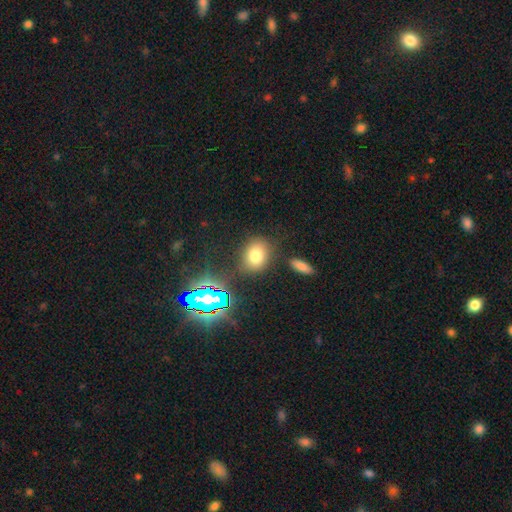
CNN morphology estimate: Smooth or featured? Predicted: smooth (p=0.72). How rounded? Predicted: in between (p=0.49, tied with round). Merging? Predicted: none (p=0.77).